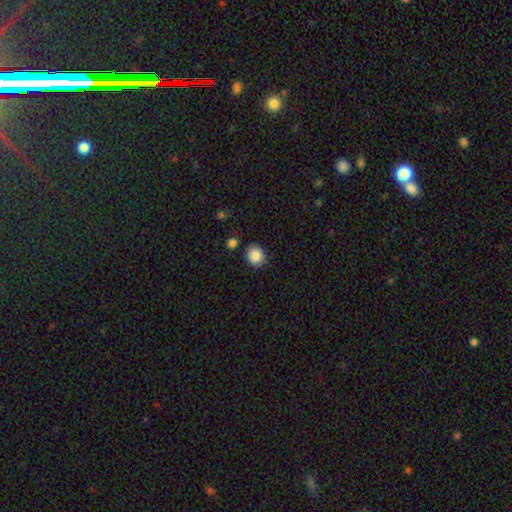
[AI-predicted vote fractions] Smooth or featured? smooth (88%)
How rounded? round (69%)
Merging? none (83%)